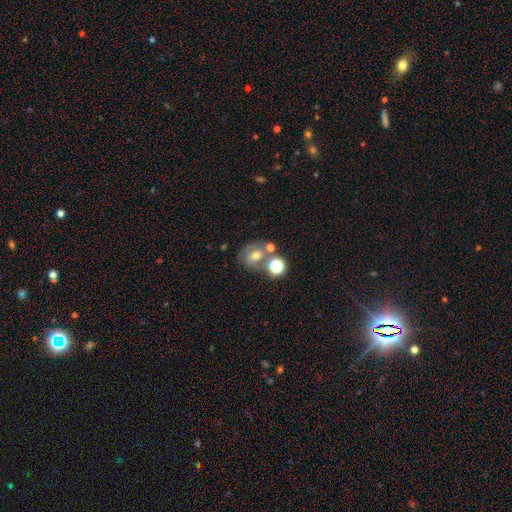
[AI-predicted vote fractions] Overall: smooth (51%; featured or disk 31%). How rounded: round (56%; in between 43%). Merging: none (46%; merger 30%).